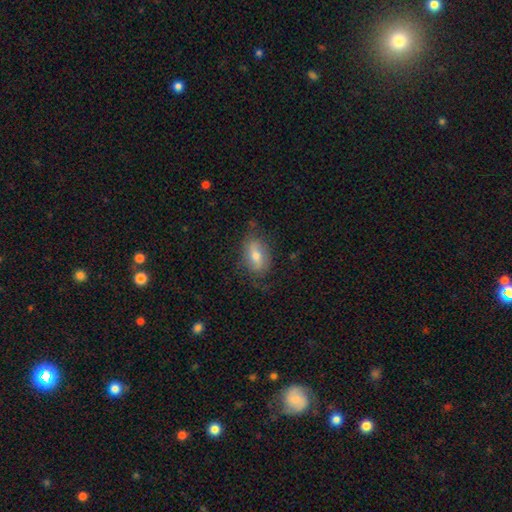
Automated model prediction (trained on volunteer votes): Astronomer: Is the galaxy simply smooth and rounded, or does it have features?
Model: smooth — 52% (runner-up: featured or disk, 40%).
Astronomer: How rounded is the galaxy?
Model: in between — 87%.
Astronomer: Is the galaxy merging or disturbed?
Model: none — 68%.